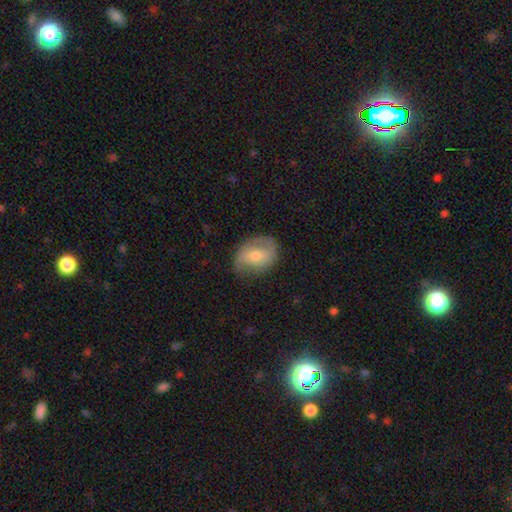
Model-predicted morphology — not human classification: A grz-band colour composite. It shows a featured or disk galaxy (51%). Merging: none (68%).